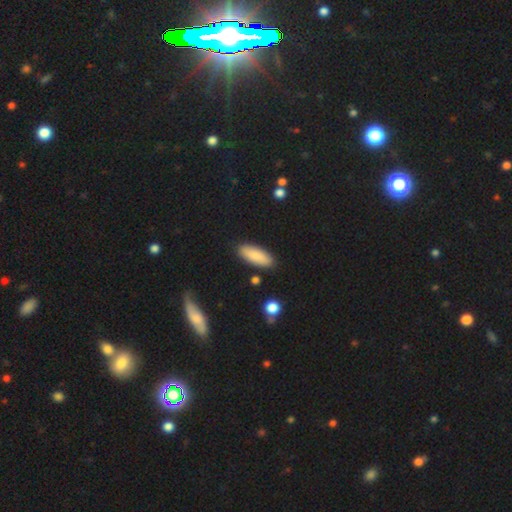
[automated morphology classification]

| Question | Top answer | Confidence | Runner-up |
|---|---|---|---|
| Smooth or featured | smooth | 86% | featured or disk (8%) |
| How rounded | in between | 69% | cigar-shaped (29%) |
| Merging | none | 86% | minor disturbance (10%) |